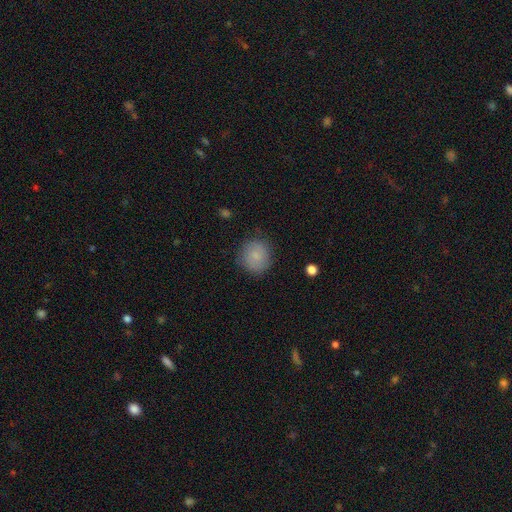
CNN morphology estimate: Q: Smooth or featured?
A: smooth (82%); runner-up: featured or disk (11%)
Q: How rounded?
A: round (88%); runner-up: in between (11%)
Q: Merging?
A: none (83%); runner-up: minor disturbance (13%)